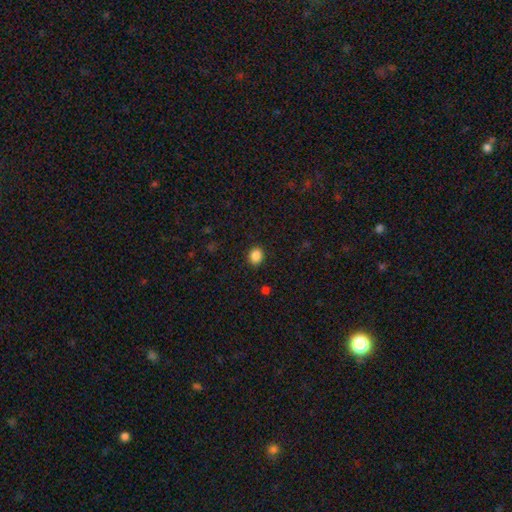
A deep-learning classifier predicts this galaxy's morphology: Smooth or featured? smooth (87%)
How rounded? round (61%)
Merging? none (90%)